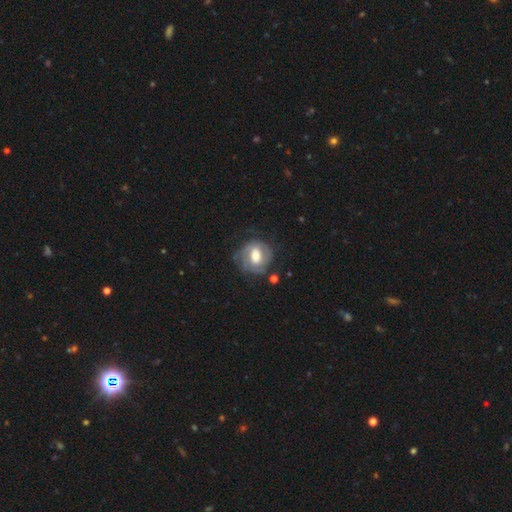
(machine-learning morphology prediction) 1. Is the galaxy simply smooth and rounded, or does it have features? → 63% featured or disk, 30% smooth, 6% star or artifact.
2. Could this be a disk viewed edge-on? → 97% no, 3% yes.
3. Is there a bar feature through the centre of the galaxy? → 44% weak, 40% no, 16% strong.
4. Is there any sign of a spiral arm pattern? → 79% yes, 21% no.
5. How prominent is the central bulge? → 65% moderate, 20% large, 12% small, 1% dominant, 1% none.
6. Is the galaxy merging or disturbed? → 63% none, 22% minor disturbance, 13% major disturbance, 2% merger.